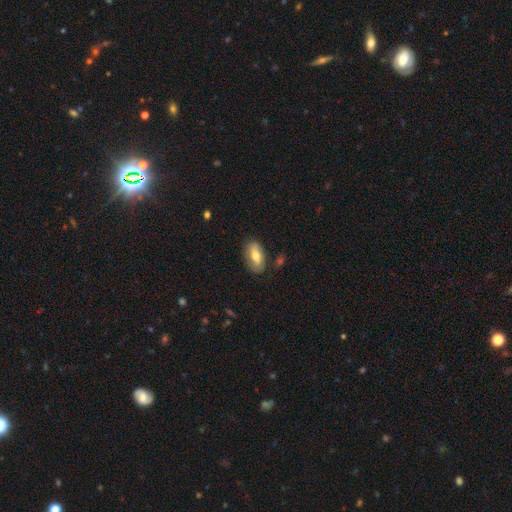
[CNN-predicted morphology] Smooth or featured? Predicted: smooth (p=0.65). How rounded? Predicted: in between (p=0.88). Merging? Predicted: none (p=0.77).